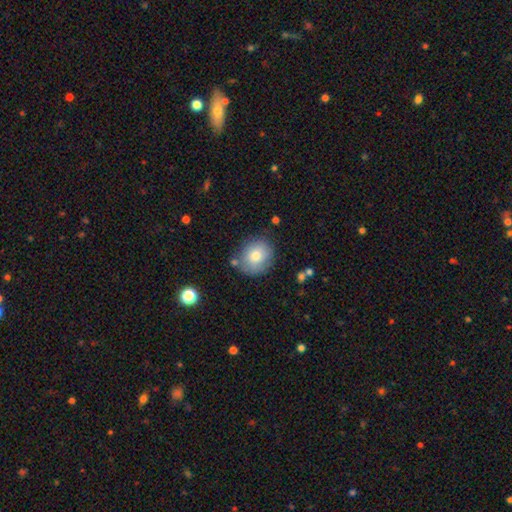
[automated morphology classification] This is likely a smooth galaxy (77%). How rounded: likely round (75%). Merging: likely none (76%).